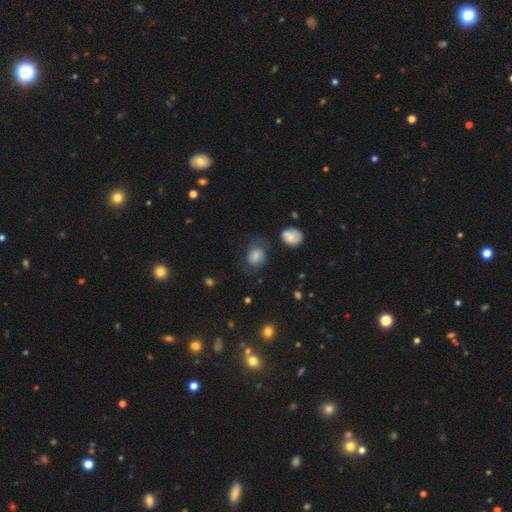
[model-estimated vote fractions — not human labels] A smooth galaxy with no disk features (71%) that is round (51%). Merging: none (57%).